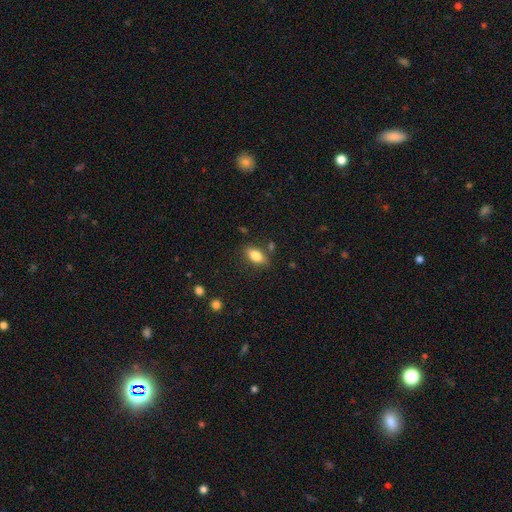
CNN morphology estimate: This is clearly a smooth galaxy (81%). How rounded: clearly in between (87%). Merging: clearly none (81%).